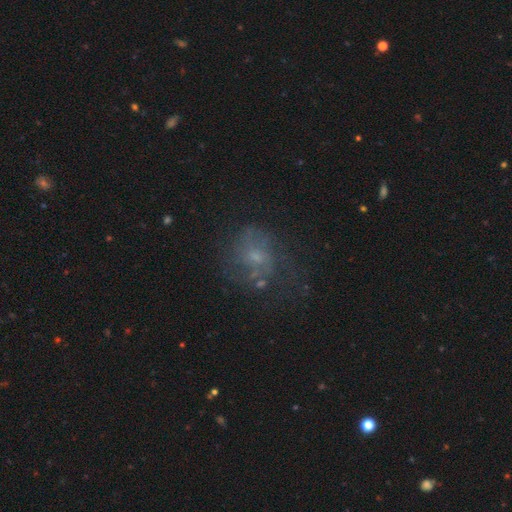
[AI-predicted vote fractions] Morphology: type=featured or disk (49%); merging=none (52%).